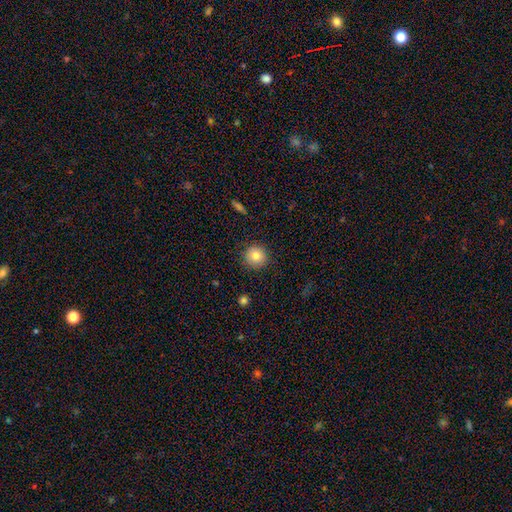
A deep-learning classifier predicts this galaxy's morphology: type=smooth (82%); roundness=round (94%); merging=none (90%).